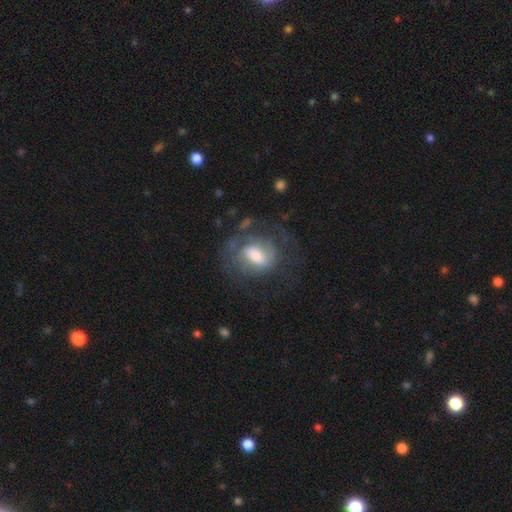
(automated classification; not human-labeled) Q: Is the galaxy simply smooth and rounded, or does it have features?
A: featured or disk — 68%.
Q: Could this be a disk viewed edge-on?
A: no — 97%.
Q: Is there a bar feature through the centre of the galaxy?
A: weak — 51%.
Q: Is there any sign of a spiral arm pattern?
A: yes — 82%.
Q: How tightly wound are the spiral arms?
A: tight — 42%.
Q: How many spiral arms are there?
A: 2 — 40%.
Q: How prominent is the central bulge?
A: moderate — 48%.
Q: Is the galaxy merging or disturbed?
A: none — 52%.